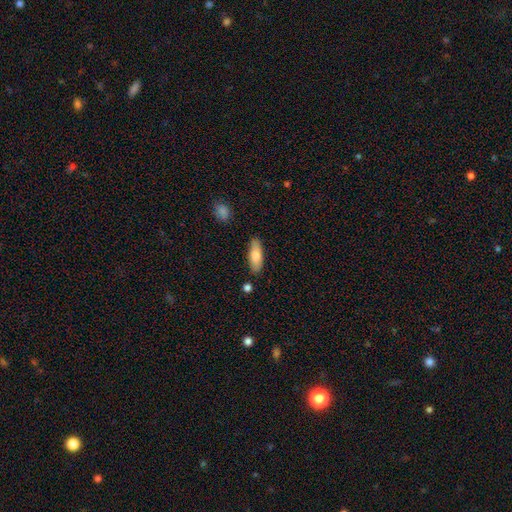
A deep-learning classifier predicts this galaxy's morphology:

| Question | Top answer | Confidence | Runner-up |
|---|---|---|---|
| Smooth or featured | smooth | 80% | featured or disk (14%) |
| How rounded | in between | 66% | cigar-shaped (32%) |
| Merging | none | 83% | minor disturbance (11%) |